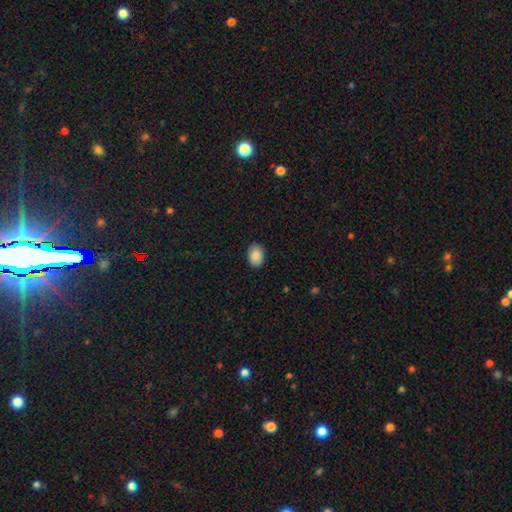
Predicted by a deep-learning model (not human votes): A smooth galaxy with no disk features (89%) that is in between round and cigar-shaped (77%).

Vote fractions:
- Smooth or featured? smooth: 89% / star or artifact: 7% / featured or disk: 4%
- How rounded? in between: 77% / round: 22% / cigar-shaped: 1%
- Merging? none: 89% / minor disturbance: 8% / major disturbance: 2% / merger: 1%